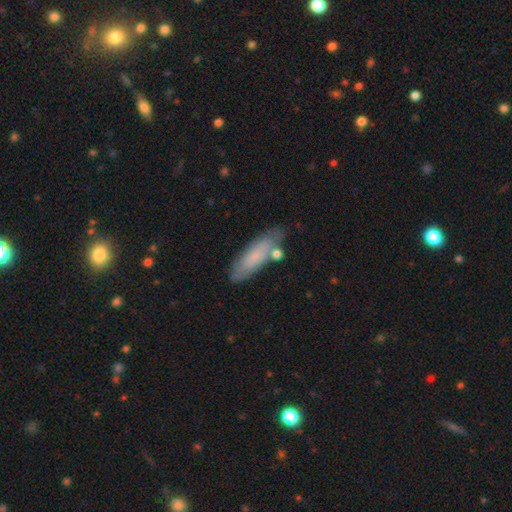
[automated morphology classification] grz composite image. It shows a smooth galaxy with no disk features (69%) that is cigar-shaped (50%). Merging: none (71%).